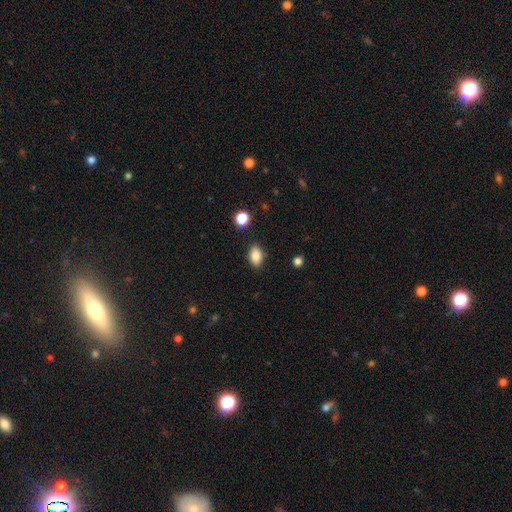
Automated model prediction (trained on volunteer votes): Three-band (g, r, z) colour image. It shows a smooth galaxy with no disk features (86%) that is in between round and cigar-shaped (85%). Merging: none (85%).